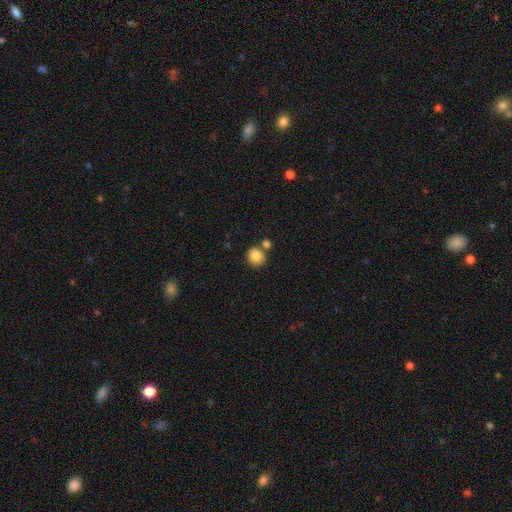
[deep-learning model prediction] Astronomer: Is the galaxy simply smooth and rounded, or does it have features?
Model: smooth — 85%.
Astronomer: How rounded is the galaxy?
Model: round — 88%.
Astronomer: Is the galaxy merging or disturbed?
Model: none — 66%.